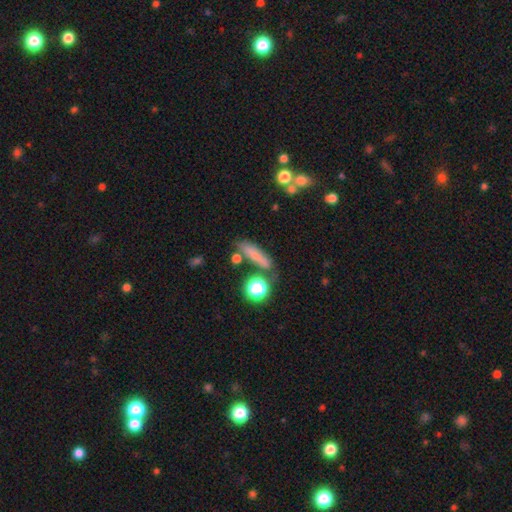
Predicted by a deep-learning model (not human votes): This appears to be a smooth galaxy with no disk features (70%) that is cigar-shaped (65%). Merging: none (65%).